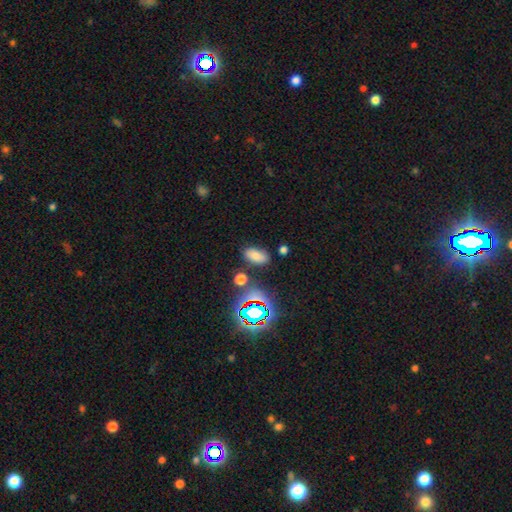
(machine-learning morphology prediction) Smooth or featured?
  - smooth: 68% *
  - star or artifact: 21%
  - featured or disk: 11%
How rounded?
  - in between: 90% *
  - round: 7%
  - cigar-shaped: 3%
Merging?
  - none: 78% *
  - minor disturbance: 13%
  - merger: 5%
  - major disturbance: 4%